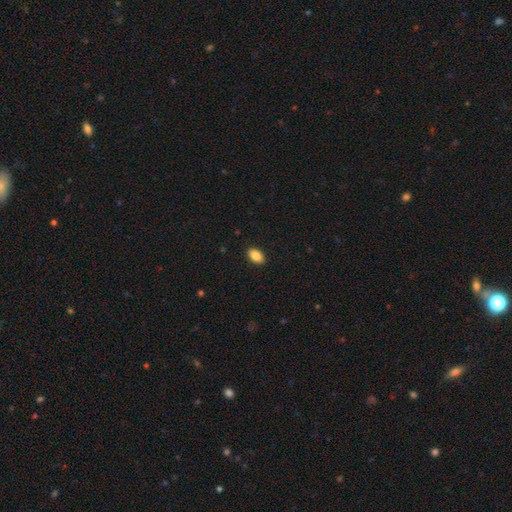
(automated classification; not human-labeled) Smooth or featured?
  - smooth: 87% *
  - star or artifact: 8%
  - featured or disk: 5%
How rounded?
  - in between: 91% *
  - round: 7%
  - cigar-shaped: 2%
Merging?
  - none: 90% *
  - minor disturbance: 7%
  - major disturbance: 2%
  - merger: 1%